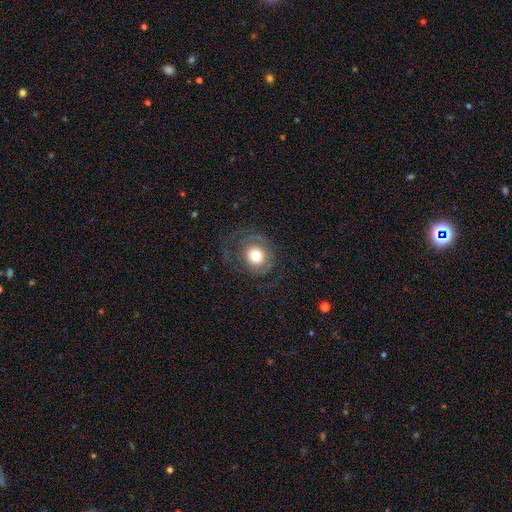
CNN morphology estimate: This is possibly a smooth galaxy (56%). How rounded: likely round (72%). Merging: likely none (64%).